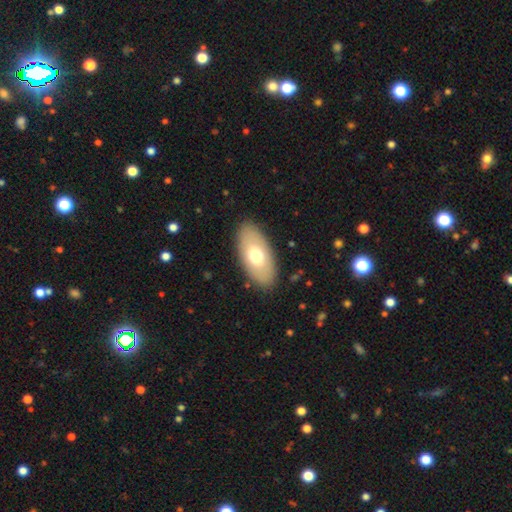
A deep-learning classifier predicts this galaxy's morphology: type=smooth (67%); roundness=in between (92%); merging=none (87%).